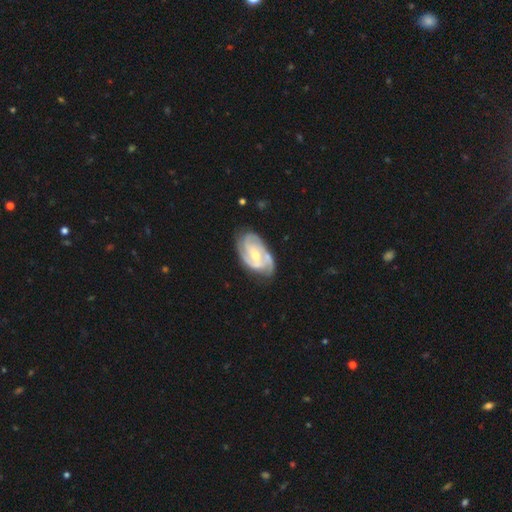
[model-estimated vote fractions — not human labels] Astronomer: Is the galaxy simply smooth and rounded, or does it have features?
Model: featured or disk — 88%.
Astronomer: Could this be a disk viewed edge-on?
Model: no — 97%.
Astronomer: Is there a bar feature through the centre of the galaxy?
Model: weak — 42% (runner-up: no, 41%).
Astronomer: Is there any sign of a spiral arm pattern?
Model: yes — 97%.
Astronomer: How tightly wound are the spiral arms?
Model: tight — 54% (runner-up: medium, 38%).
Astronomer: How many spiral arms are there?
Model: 2 — 40% (runner-up: 3, 35%).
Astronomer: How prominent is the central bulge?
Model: small — 52% (runner-up: moderate, 44%).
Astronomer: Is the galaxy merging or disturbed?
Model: none — 69%.